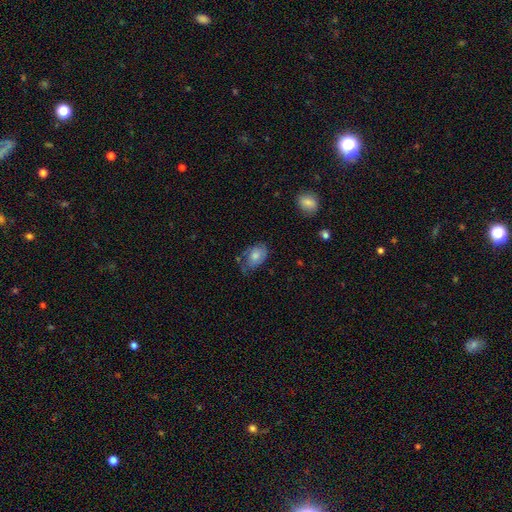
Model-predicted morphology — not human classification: A smooth galaxy with no disk features (61%) that is in between round and cigar-shaped (82%). Merging: none (47%).